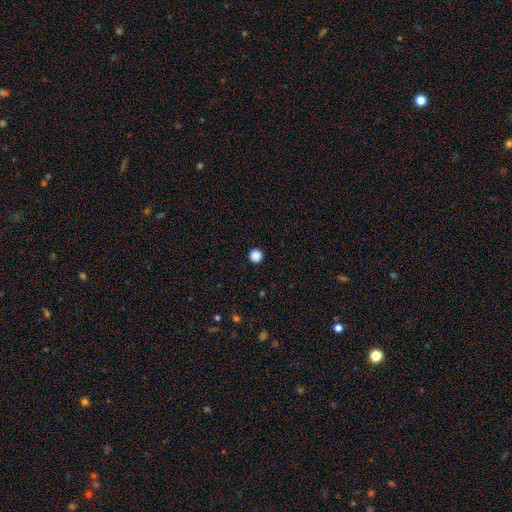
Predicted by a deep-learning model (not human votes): Smooth or featured? Predicted: smooth (p=0.86). How rounded? Predicted: round (p=0.96). Merging? Predicted: none (p=0.93).